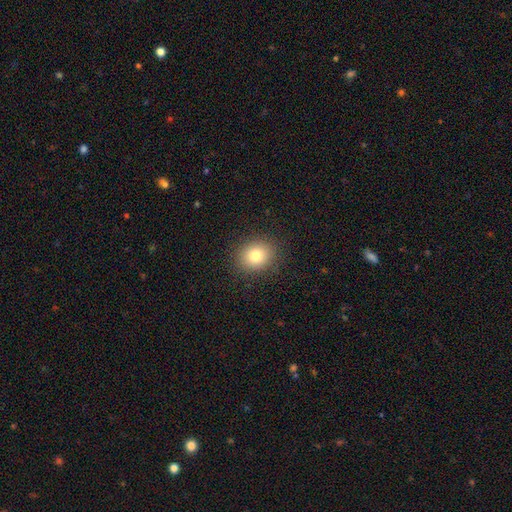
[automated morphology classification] This appears to be a smooth galaxy with no disk features (78%) that is round (70%). Merging: none (89%).